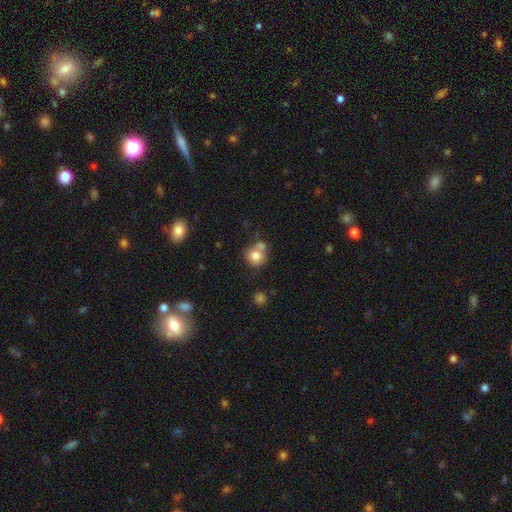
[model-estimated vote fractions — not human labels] A smooth galaxy with no disk features (78%) that is round (85%). Merging: none (50%).